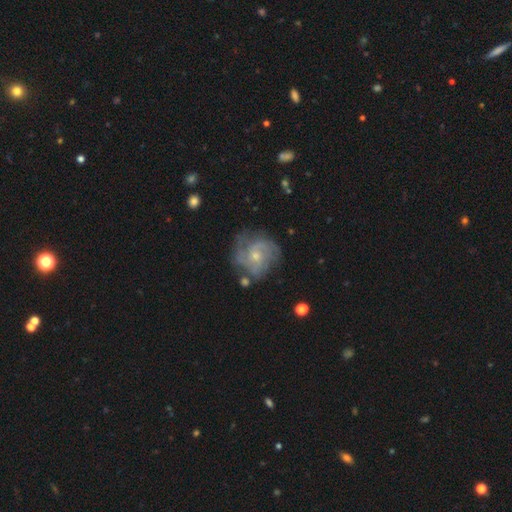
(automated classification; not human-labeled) Morphology: type=featured or disk (83%); edge-on=no (98%); bar=no (67%); spiral arms=yes (93%); winding=medium (44%); arm count=3 (30%); bulge=small (64%); merging=none (67%).